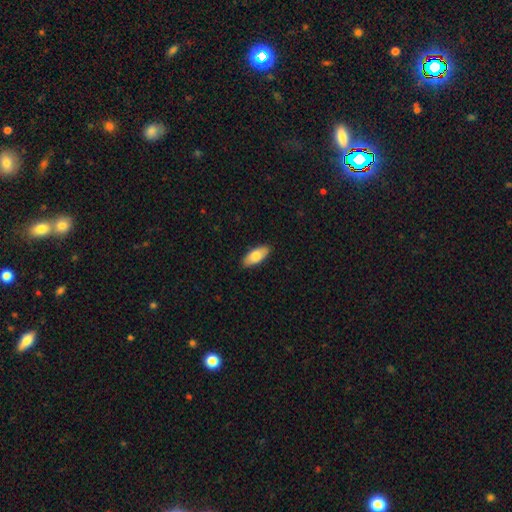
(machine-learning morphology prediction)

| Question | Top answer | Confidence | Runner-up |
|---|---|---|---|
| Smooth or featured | smooth | 78% | featured or disk (16%) |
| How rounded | in between | 85% | cigar-shaped (12%) |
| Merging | none | 89% | minor disturbance (8%) |